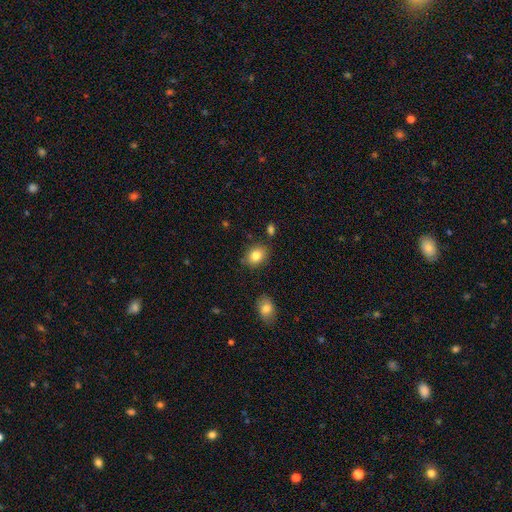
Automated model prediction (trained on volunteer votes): Morphology: type=smooth (82%); roundness=in between (58%); merging=none (82%).